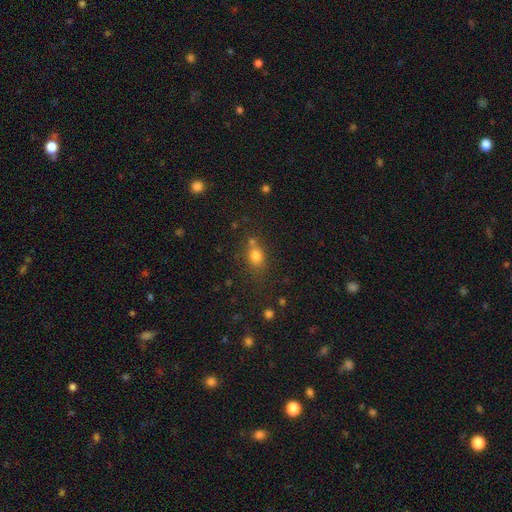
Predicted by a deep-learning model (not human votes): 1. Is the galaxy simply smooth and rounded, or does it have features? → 77% smooth, 14% star or artifact, 9% featured or disk.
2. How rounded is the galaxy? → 50% round, 48% in between, 2% cigar-shaped.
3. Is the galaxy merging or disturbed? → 61% none, 17% merger, 16% minor disturbance, 6% major disturbance.